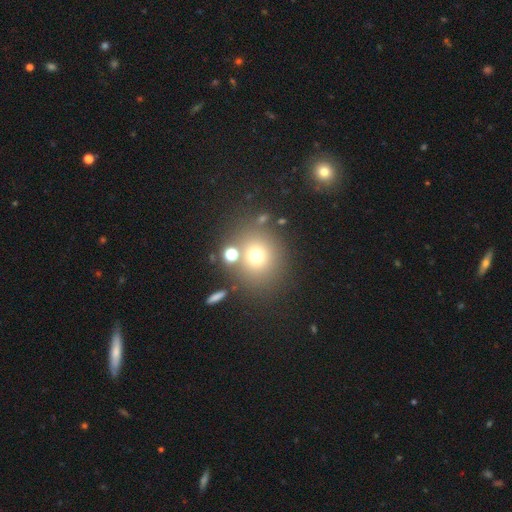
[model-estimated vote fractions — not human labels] smooth 70%, star or artifact 17%, featured or disk 13%. Down the decision tree: how rounded — round (82%); merging — none (73%).